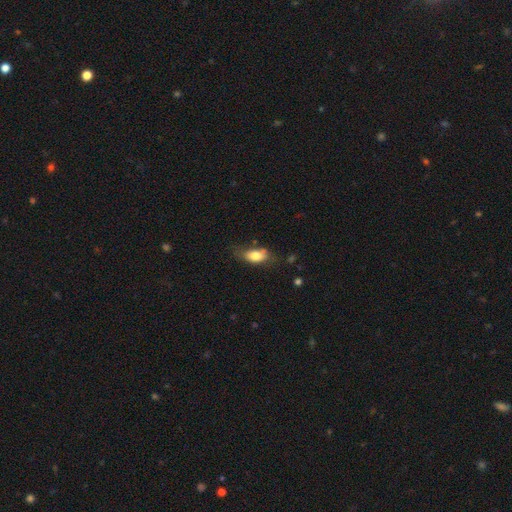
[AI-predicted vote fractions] Smooth or featured?
  - smooth: 77% *
  - featured or disk: 15%
  - star or artifact: 7%
How rounded?
  - in between: 87% *
  - cigar-shaped: 8%
  - round: 5%
Merging?
  - none: 56% *
  - minor disturbance: 30%
  - major disturbance: 11%
  - merger: 3%